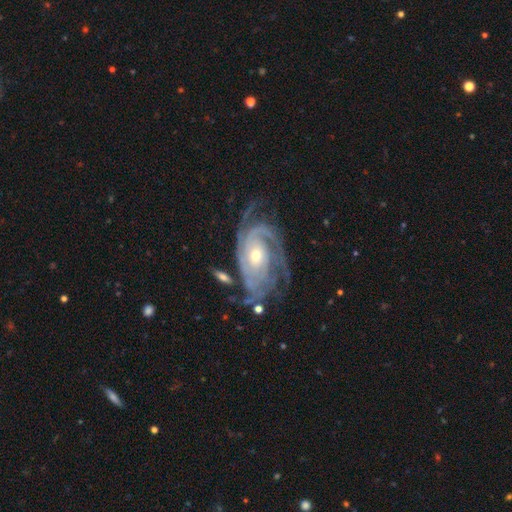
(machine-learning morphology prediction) smooth-or-featured: featured or disk: 91% | star or artifact: 5% | smooth: 4%
  disk-edge-on: no: 96% | yes: 4%
    bar: no: 69% | weak: 22% | strong: 9%
    has-spiral-arms: yes: 98% | no: 2%
      spiral-winding: tight: 69% | medium: 25% | loose: 5%
      spiral-arm-count: 3: 31% | can't tell: 20% | 2: 20% | 4: 17% | more than 4: 7% | 1: 6%
    bulge-size: small: 50% | moderate: 47% | large: 2% | none: 1% | dominant: 1%
  merging: none: 61% | minor disturbance: 21% | major disturbance: 13% | merger: 5%